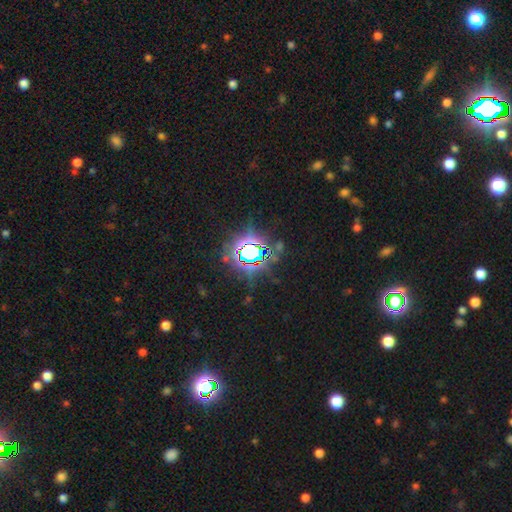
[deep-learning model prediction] Smooth or featured? star or artifact (80%)